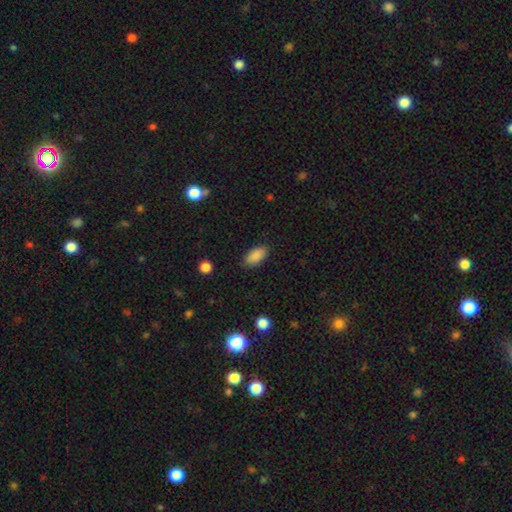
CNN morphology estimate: Smooth or featured? Predicted: smooth (p=0.88). How rounded? Predicted: in between (p=0.92). Merging? Predicted: none (p=0.86).